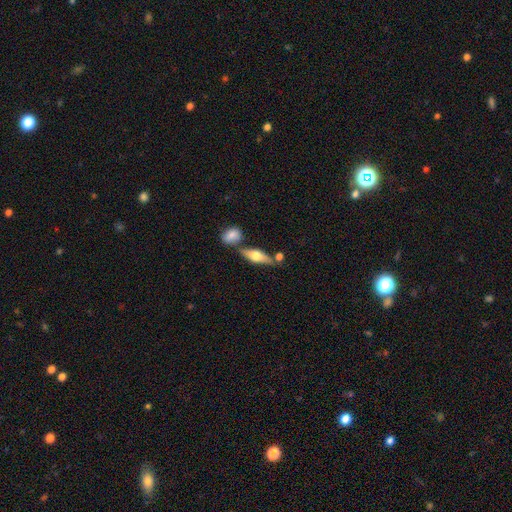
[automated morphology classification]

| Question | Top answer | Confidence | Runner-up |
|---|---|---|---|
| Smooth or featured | smooth | 50% | featured or disk (44%) |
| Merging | none | 67% | merger (16%) |